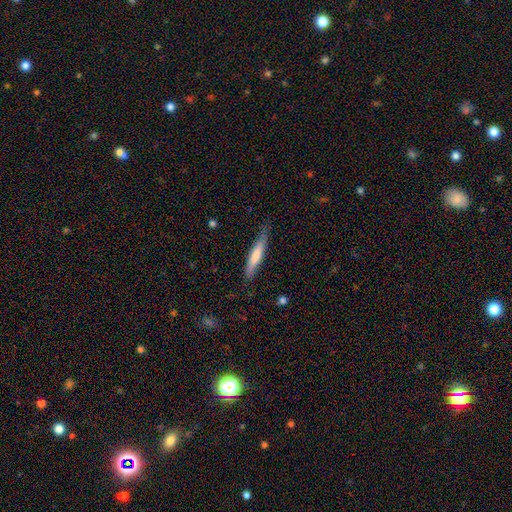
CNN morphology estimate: smooth-or-featured: smooth: 66% | featured or disk: 29% | star or artifact: 5%
  how-rounded: cigar-shaped: 89% | in between: 9% | round: 1%
  merging: none: 73% | minor disturbance: 22% | major disturbance: 4% | merger: 1%